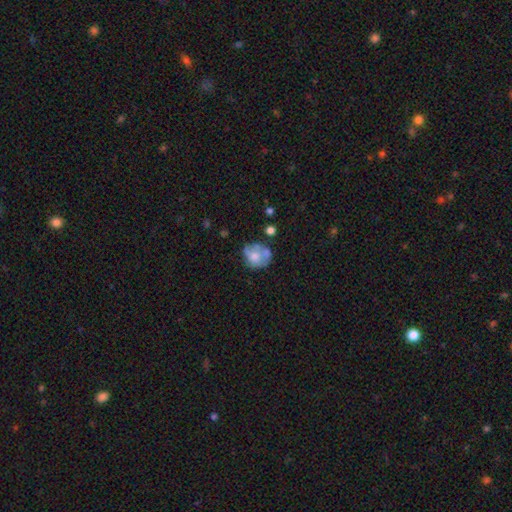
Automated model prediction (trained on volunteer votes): Smooth or featured?
  - smooth: 53% *
  - featured or disk: 39%
  - star or artifact: 8%
How rounded?
  - round: 67% *
  - in between: 32%
  - cigar-shaped: 1%
Merging?
  - none: 41% *
  - minor disturbance: 24%
  - merger: 19%
  - major disturbance: 15%